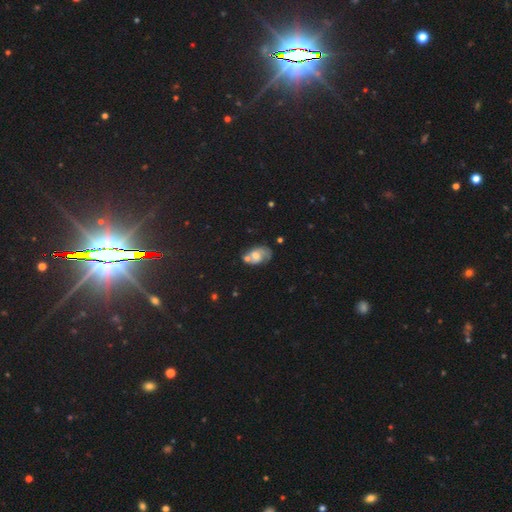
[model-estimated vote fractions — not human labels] The model was most divided on "smooth or featured": featured or disk: 51%, smooth: 37%, star or artifact: 13%. Remaining: edge-on disk — no (96%); merging — none (40%).